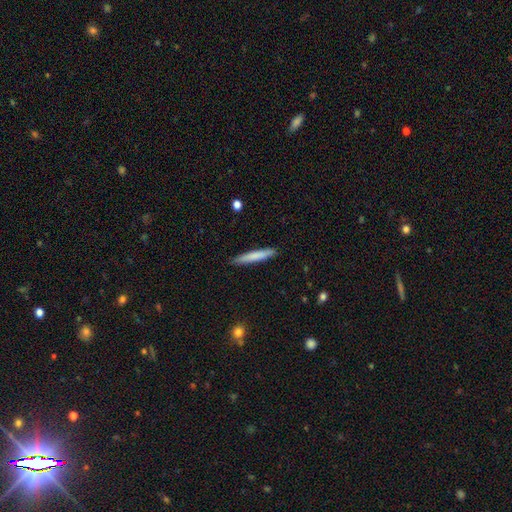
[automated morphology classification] Smooth or featured? Predicted: smooth (p=0.77). How rounded? Predicted: cigar-shaped (p=0.94). Merging? Predicted: none (p=0.89).